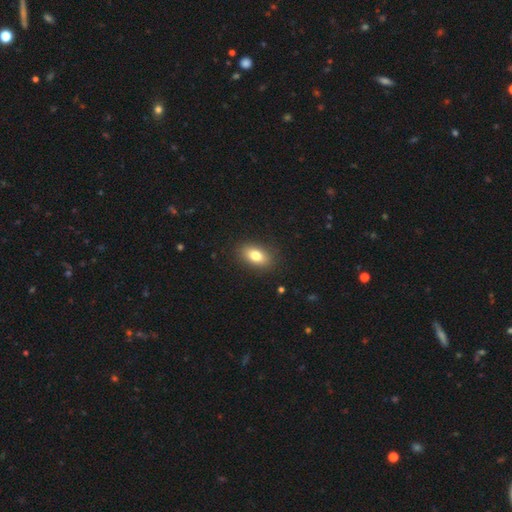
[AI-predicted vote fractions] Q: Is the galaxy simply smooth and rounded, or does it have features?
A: smooth — 80%.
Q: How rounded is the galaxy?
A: in between — 86%.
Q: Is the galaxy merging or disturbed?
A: none — 87%.